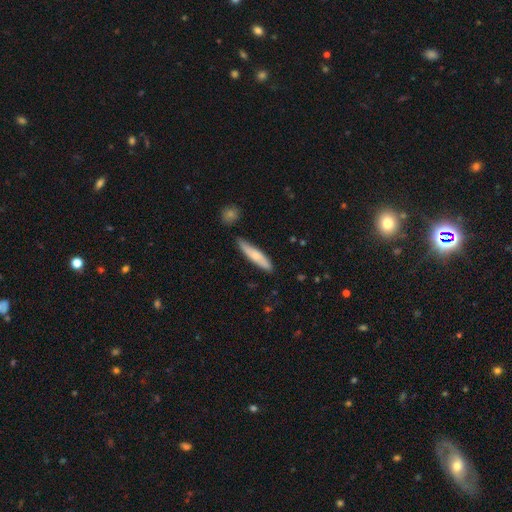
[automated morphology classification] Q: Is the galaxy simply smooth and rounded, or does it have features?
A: smooth — 61%.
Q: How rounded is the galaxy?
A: cigar-shaped — 84%.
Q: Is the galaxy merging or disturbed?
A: none — 80%.